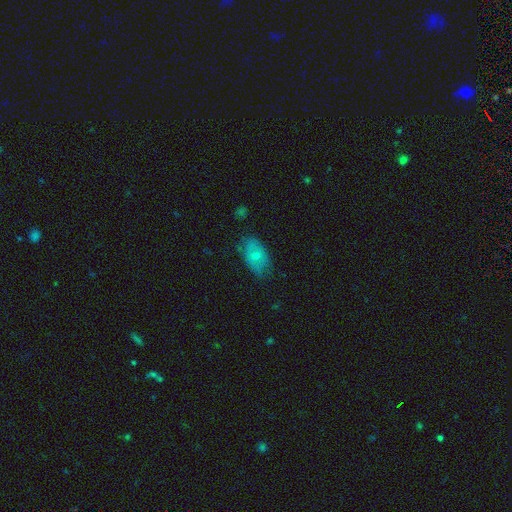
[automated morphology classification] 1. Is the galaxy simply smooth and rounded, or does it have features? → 56% smooth, 35% featured or disk, 9% star or artifact.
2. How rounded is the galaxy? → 88% in between, 10% round, 2% cigar-shaped.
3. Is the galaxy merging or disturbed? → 72% none, 22% minor disturbance, 5% major disturbance, 1% merger.